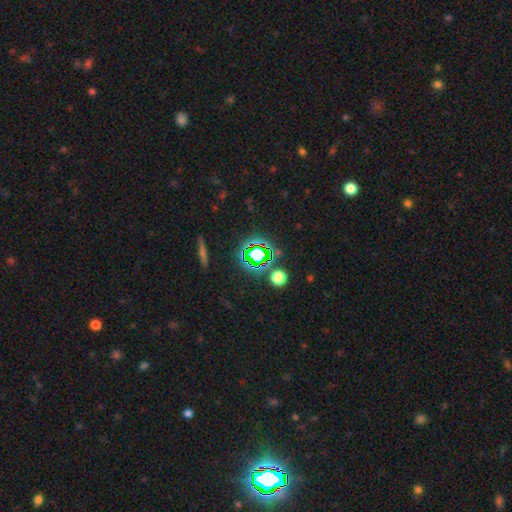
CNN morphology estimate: smooth-or-featured: star or artifact: 66% | smooth: 22% | featured or disk: 12%